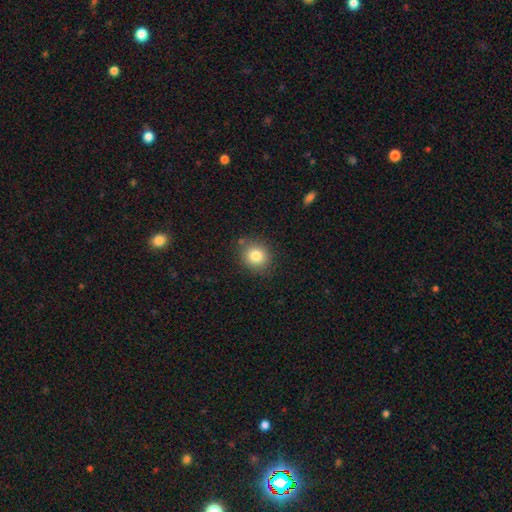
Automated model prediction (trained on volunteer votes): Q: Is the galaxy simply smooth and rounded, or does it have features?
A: smooth — 82%.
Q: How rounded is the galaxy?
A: round — 82%.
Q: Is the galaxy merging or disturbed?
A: none — 84%.